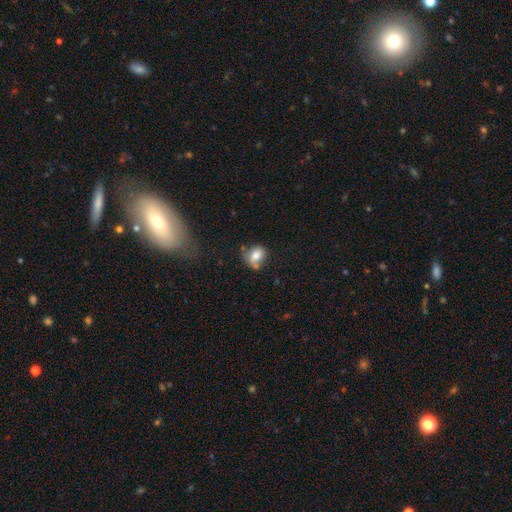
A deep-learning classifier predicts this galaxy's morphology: Smooth or featured? Predicted: smooth (p=0.77). How rounded? Predicted: in between (p=0.50). Merging? Predicted: none (p=0.51).